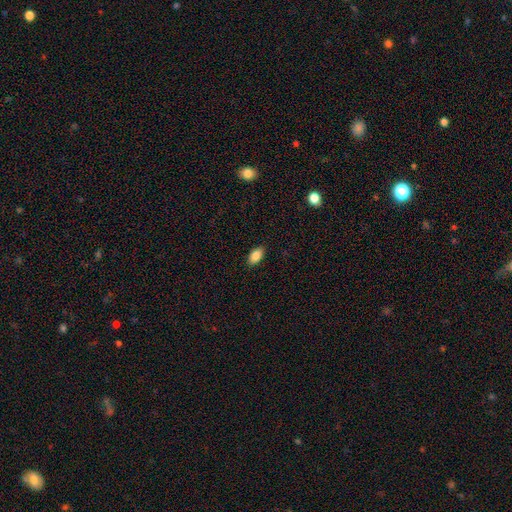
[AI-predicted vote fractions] The model was most divided on "smooth or featured": smooth: 86%, star or artifact: 8%, featured or disk: 6%. More confident: how rounded — in between (93%); merging — none (89%).